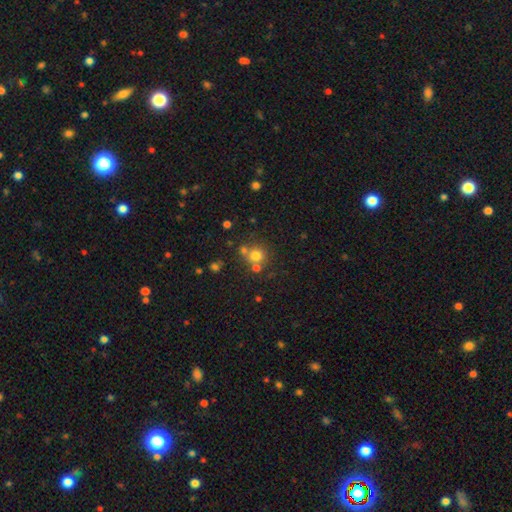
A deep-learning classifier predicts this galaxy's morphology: This appears to be a smooth galaxy with no disk features (73%) that is round (89%). Merging: none (60%).